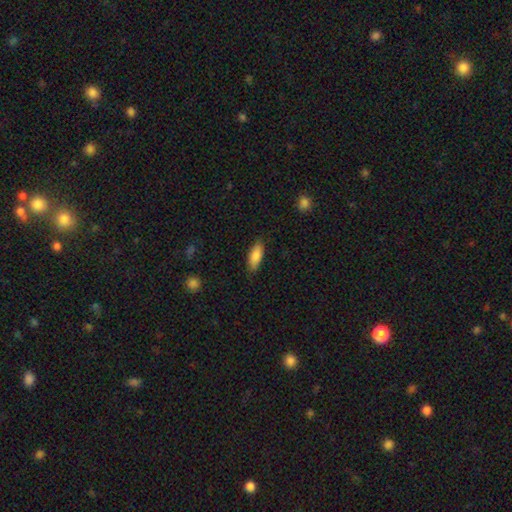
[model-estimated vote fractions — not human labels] Smooth or featured?
  - smooth: 86% *
  - featured or disk: 8%
  - star or artifact: 6%
How rounded?
  - in between: 75% *
  - cigar-shaped: 23%
  - round: 2%
Merging?
  - none: 83% *
  - minor disturbance: 13%
  - major disturbance: 3%
  - merger: 1%